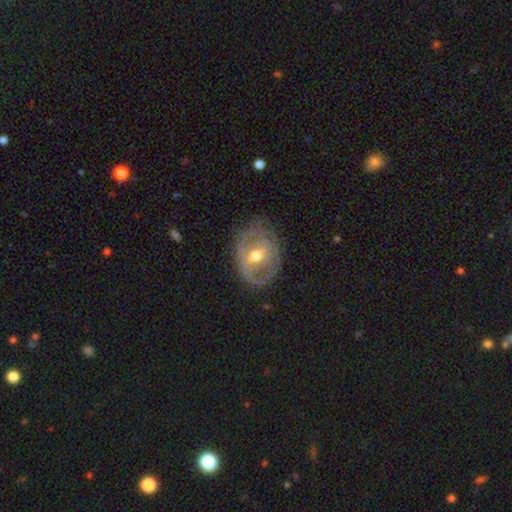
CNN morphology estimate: Smooth or featured: featured or disk — 72% (smooth — 22%)
Edge-on disk: no — 95% (yes — 5%)
Bar: weak — 43% (no — 34%)
Spiral arms: yes — 60% (no — 40%)
Bulge size: moderate — 74% (small — 19%)
Merging: none — 67% (minor disturbance — 23%)